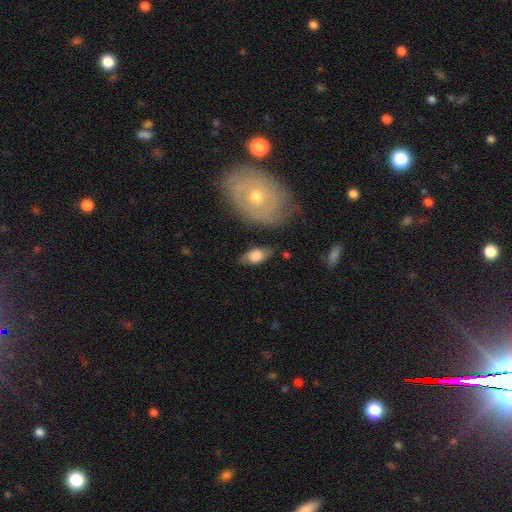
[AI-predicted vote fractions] smooth_or_featured: smooth (p=0.64) [alt: featured or disk p=0.29]
how_rounded: in between (p=0.88) [alt: round p=0.07]
merging: none (p=0.69) [alt: minor disturbance p=0.21]